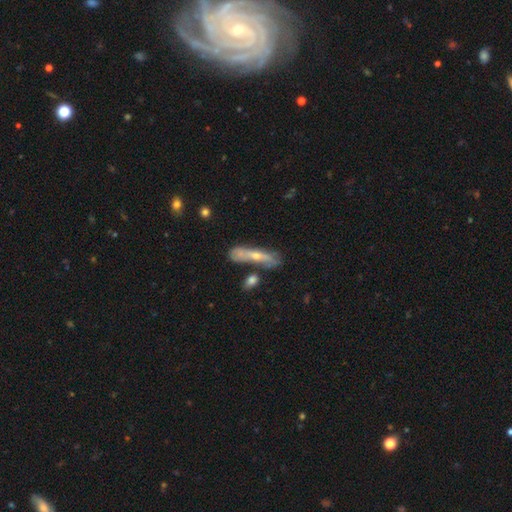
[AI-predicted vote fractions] The model was most divided on "smooth or featured": featured or disk: 54%, smooth: 38%, star or artifact: 8%. More confident: edge-on disk — yes (60%); merging — none (56%).